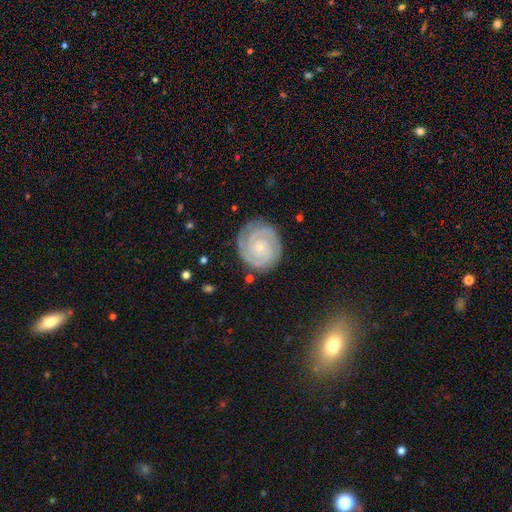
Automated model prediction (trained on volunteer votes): Morphology: type=featured or disk (88%); edge-on=no (98%); bar=no (75%); spiral arms=yes (98%); winding=tight (80%); arm count=2 (72%); bulge=small (80%); merging=none (83%).